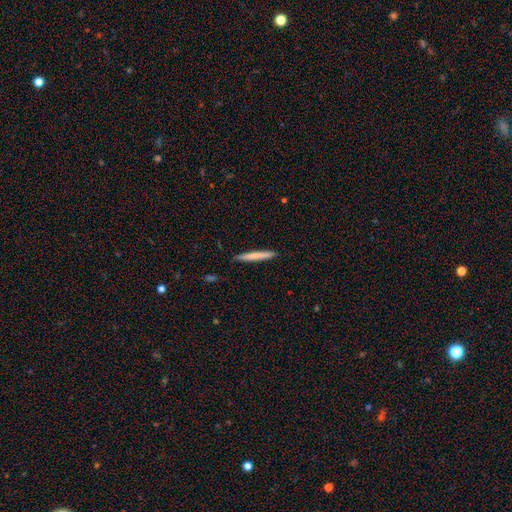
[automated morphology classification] Q: Smooth or featured?
A: smooth (72%); runner-up: featured or disk (22%)
Q: How rounded?
A: cigar-shaped (96%); runner-up: in between (2%)
Q: Merging?
A: none (91%); runner-up: minor disturbance (7%)